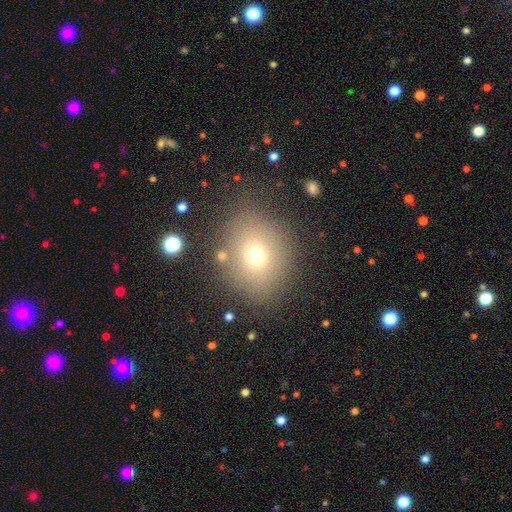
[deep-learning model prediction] Smooth or featured?
  - smooth: 66% *
  - star or artifact: 19%
  - featured or disk: 15%
How rounded?
  - round: 66% *
  - in between: 33%
  - cigar-shaped: 1%
Merging?
  - none: 77% *
  - minor disturbance: 13%
  - major disturbance: 7%
  - merger: 4%